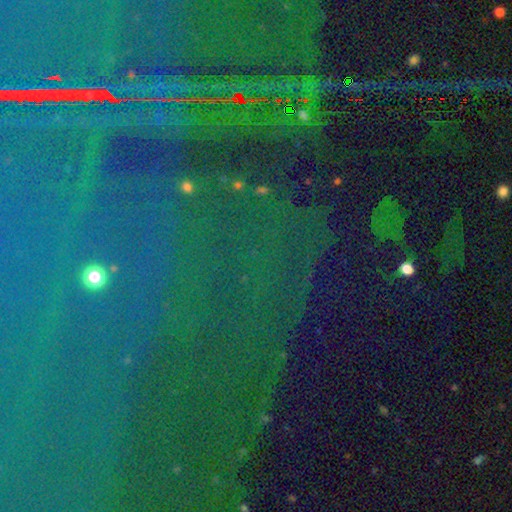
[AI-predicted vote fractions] The model was most divided on "smooth or featured": star or artifact: 87%, smooth: 7%, featured or disk: 7%.